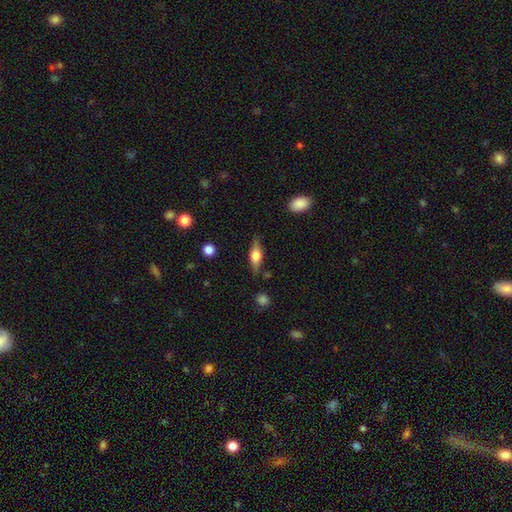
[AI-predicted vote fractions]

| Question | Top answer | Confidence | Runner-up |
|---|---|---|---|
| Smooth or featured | featured or disk | 51% | smooth (42%) |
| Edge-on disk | yes | 92% | no (8%) |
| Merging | none | 81% | minor disturbance (13%) |